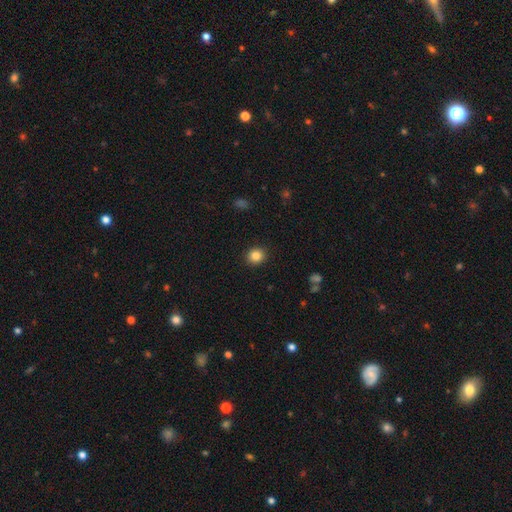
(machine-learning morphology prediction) smooth_or_featured: smooth (p=0.85) [alt: star or artifact p=0.10]
how_rounded: round (p=0.81) [alt: in between p=0.18]
merging: none (p=0.91) [alt: minor disturbance p=0.06]